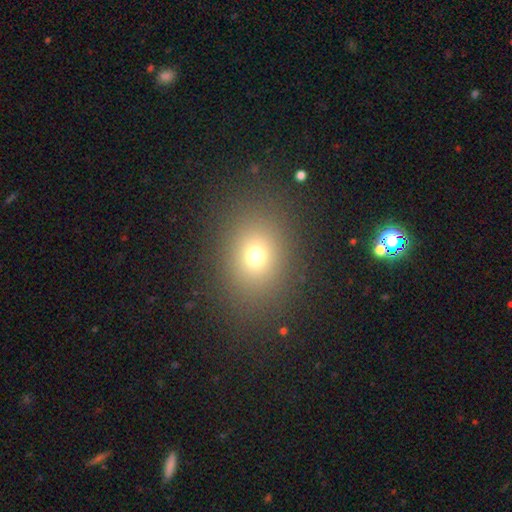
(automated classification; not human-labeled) The model was most divided on "how rounded": round: 53%, in between: 46%, cigar-shaped: 1%. More confident: merging — none (85%); smooth or featured — smooth (70%).